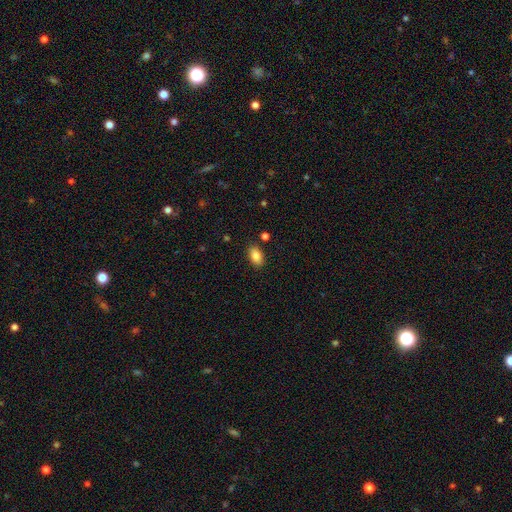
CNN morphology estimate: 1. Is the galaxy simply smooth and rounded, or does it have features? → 87% smooth, 8% star or artifact, 5% featured or disk.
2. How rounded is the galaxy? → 92% in between, 6% round, 2% cigar-shaped.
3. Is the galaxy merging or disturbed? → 86% none, 10% minor disturbance, 3% major disturbance, 2% merger.